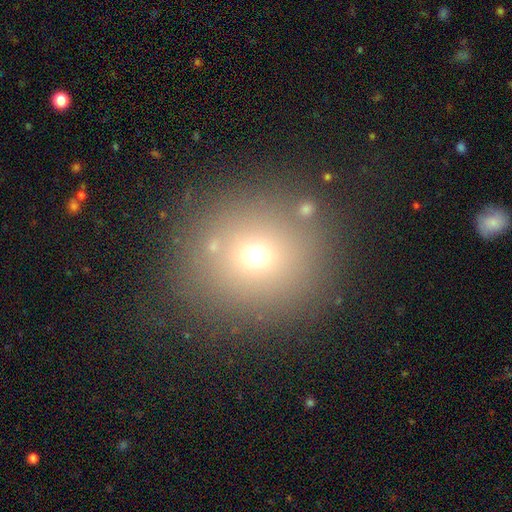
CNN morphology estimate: Overall: smooth (65%). How rounded: round (89%). Merging: none (82%).